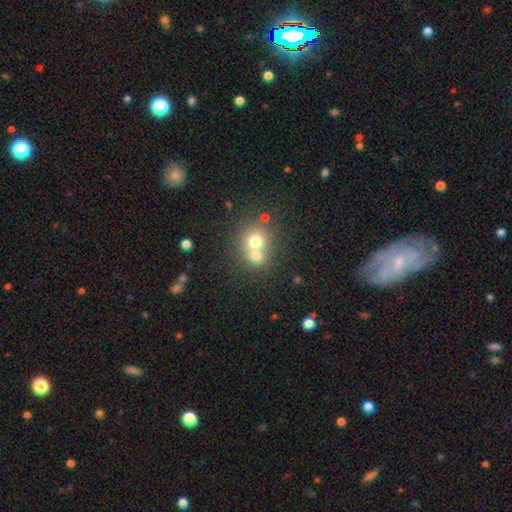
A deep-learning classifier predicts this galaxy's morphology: Smooth or featured? smooth (70%)
How rounded? round (78%)
Merging? merger (59%)